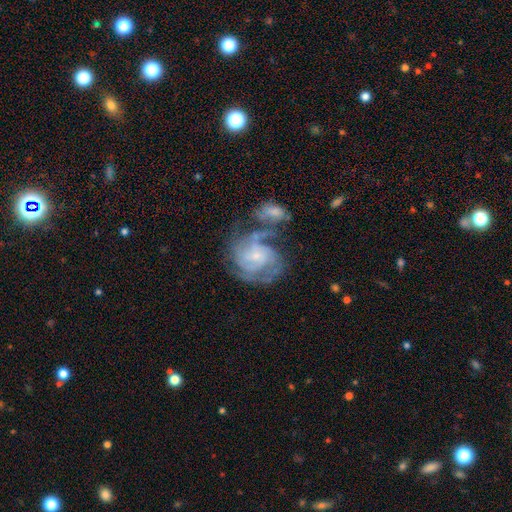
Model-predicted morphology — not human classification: Overall: featured or disk (83%). Edge-on disk: no (98%). Bar: no (58%; weak 35%). Spiral arms: yes (94%). Spiral arm count: can't tell (29%; 3 27%). Spiral winding: tight (57%; medium 34%). Bulge size: small (69%). Merging: none (39%; merger 30%).